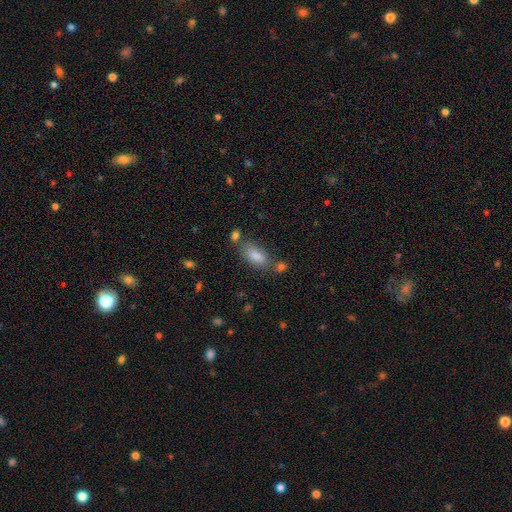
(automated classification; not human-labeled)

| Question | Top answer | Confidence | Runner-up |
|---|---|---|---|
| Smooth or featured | smooth | 82% | star or artifact (10%) |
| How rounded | in between | 84% | cigar-shaped (13%) |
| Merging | none | 70% | minor disturbance (14%) |